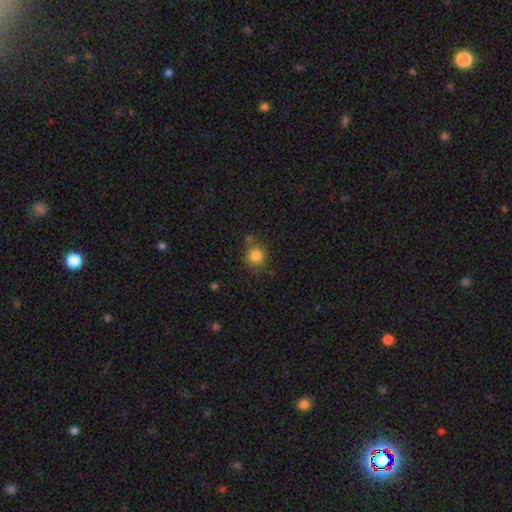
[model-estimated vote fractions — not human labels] A smooth galaxy with no disk features (84%) that is round (88%).

Vote fractions:
- Smooth or featured? smooth: 84% / star or artifact: 11% / featured or disk: 6%
- How rounded? round: 88% / in between: 11% / cigar-shaped: 1%
- Merging? none: 72% / minor disturbance: 14% / merger: 10% / major disturbance: 4%